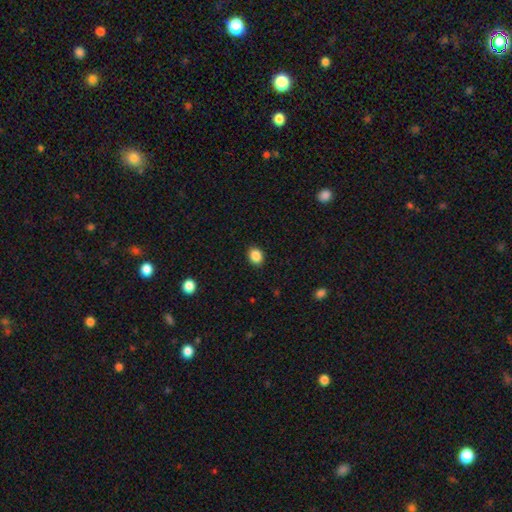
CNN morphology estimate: Smooth or featured? Predicted: smooth (p=0.87). How rounded? Predicted: in between (p=0.55). Merging? Predicted: none (p=0.91).